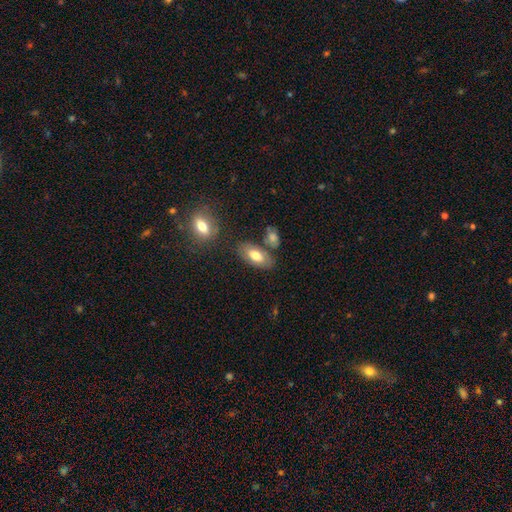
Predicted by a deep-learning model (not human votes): A smooth galaxy with no disk features (70%) that is in between round and cigar-shaped (92%).

Vote fractions:
- Smooth or featured? smooth: 70% / featured or disk: 24% / star or artifact: 7%
- How rounded? in between: 92% / cigar-shaped: 5% / round: 3%
- Merging? none: 71% / minor disturbance: 15% / merger: 10% / major disturbance: 4%